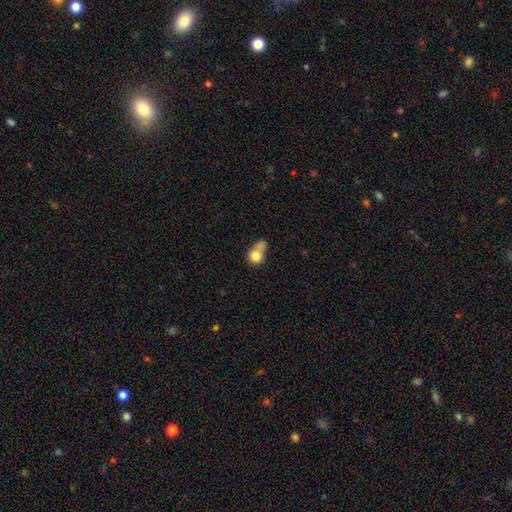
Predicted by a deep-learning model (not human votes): Smooth or featured: smooth — 77% (featured or disk — 13%)
How rounded: round — 65% (in between — 34%)
Merging: merger — 48% (none — 24%)